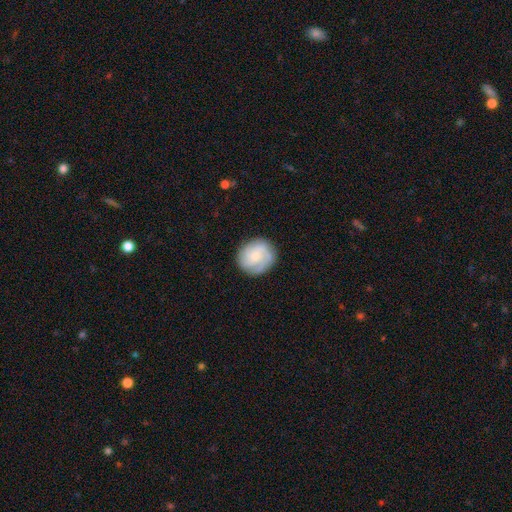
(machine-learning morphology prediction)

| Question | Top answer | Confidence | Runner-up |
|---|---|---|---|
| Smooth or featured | featured or disk | 63% | smooth (30%) |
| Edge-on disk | no | 98% | yes (2%) |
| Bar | no | 72% | weak (25%) |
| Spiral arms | yes | 93% | no (7%) |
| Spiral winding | tight | 50% | medium (37%) |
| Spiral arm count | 3 | 42% | can't tell (21%) |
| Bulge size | small | 54% | moderate (31%) |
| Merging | none | 80% | minor disturbance (14%) |